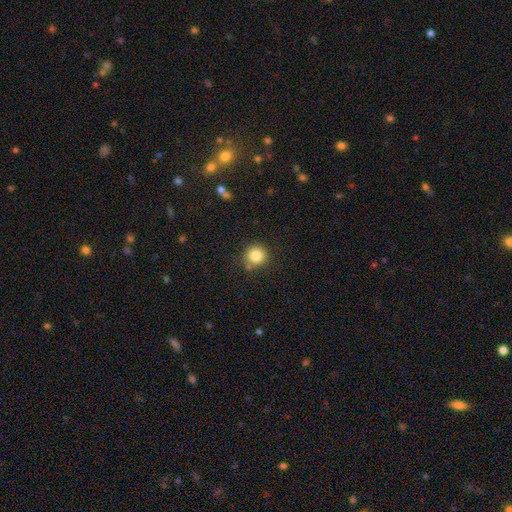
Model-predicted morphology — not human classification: Smooth or featured? Predicted: smooth (p=0.84). How rounded? Predicted: round (p=0.92). Merging? Predicted: none (p=0.82).